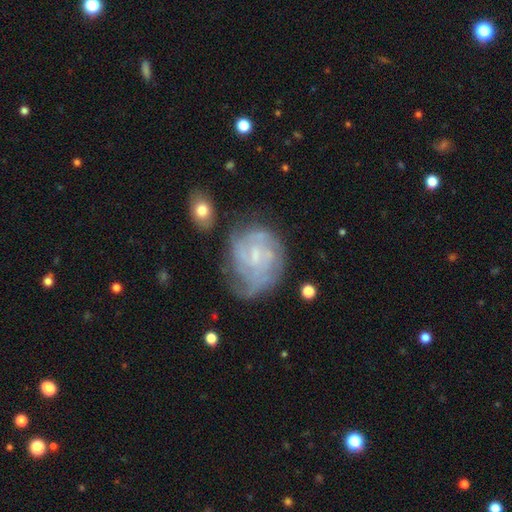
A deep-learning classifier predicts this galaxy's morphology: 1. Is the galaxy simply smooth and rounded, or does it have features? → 74% featured or disk, 18% smooth, 8% star or artifact.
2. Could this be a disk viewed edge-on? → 98% no, 2% yes.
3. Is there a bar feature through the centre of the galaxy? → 51% no, 42% weak, 7% strong.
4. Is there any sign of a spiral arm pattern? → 86% yes, 14% no.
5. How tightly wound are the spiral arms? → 61% tight, 29% medium, 10% loose.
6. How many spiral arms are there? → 49% can't tell, 16% 3, 16% 2, 9% 4, 5% 1, 5% more than 4.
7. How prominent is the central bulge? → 58% small, 20% none, 19% moderate, 1% large, 1% dominant.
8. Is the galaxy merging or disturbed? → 55% none, 25% minor disturbance, 15% major disturbance, 4% merger.